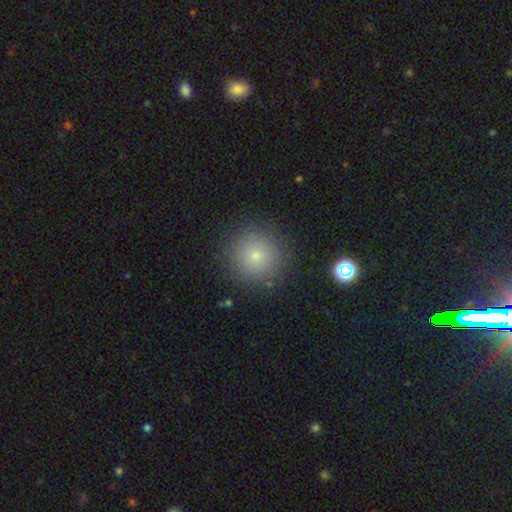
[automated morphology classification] Overall: smooth (79%). How rounded: round (95%). Merging: none (88%).